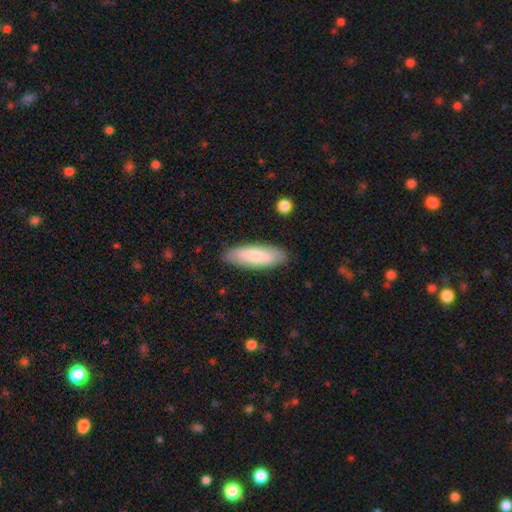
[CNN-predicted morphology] Overall: smooth (74%). How rounded: in between (60%; cigar-shaped 38%). Merging: none (86%).